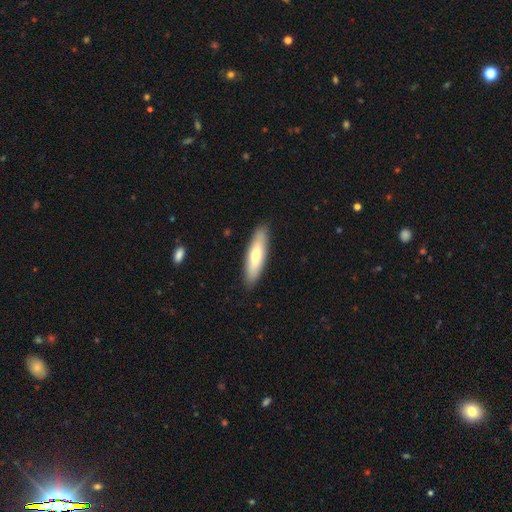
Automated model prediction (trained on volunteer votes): smooth_or_featured: smooth (p=0.64) [alt: featured or disk p=0.31]
how_rounded: cigar-shaped (p=0.64) [alt: in between p=0.35]
merging: none (p=0.89) [alt: minor disturbance p=0.08]